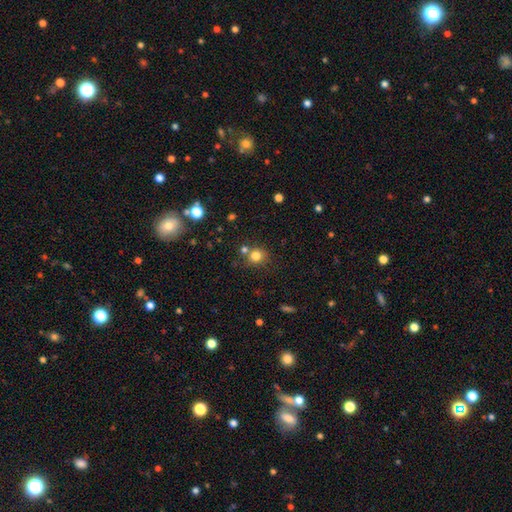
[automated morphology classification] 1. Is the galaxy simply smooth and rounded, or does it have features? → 79% smooth, 14% star or artifact, 7% featured or disk.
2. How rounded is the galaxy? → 87% round, 12% in between, 1% cigar-shaped.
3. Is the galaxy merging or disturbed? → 68% none, 18% merger, 10% minor disturbance, 4% major disturbance.